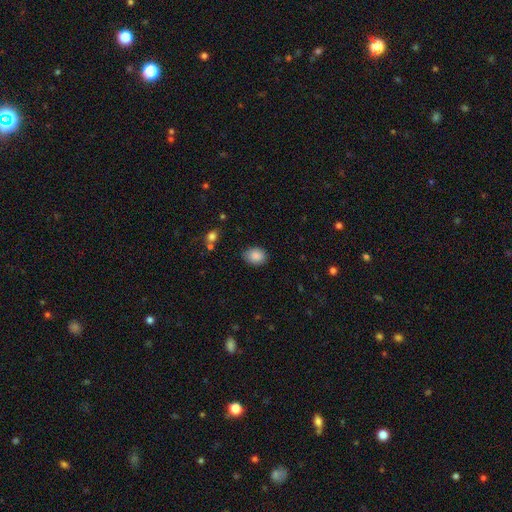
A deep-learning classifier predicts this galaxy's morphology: Smooth or featured? Predicted: smooth (p=0.88). How rounded? Predicted: in between (p=0.57). Merging? Predicted: none (p=0.82).